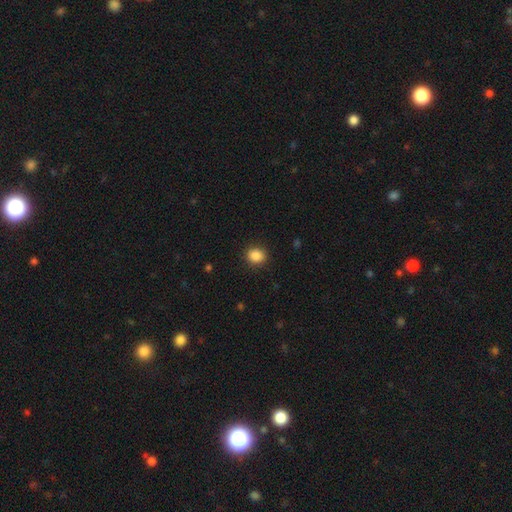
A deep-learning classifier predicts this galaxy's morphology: This is clearly a smooth galaxy (87%). How rounded: likely round (68%). Merging: clearly none (90%).